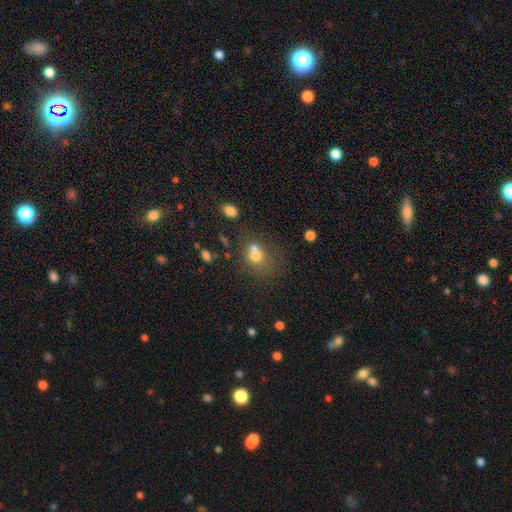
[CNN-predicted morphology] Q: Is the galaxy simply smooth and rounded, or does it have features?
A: smooth — 69%.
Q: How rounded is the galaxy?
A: round — 64%.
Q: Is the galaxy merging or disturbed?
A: merger — 47%.